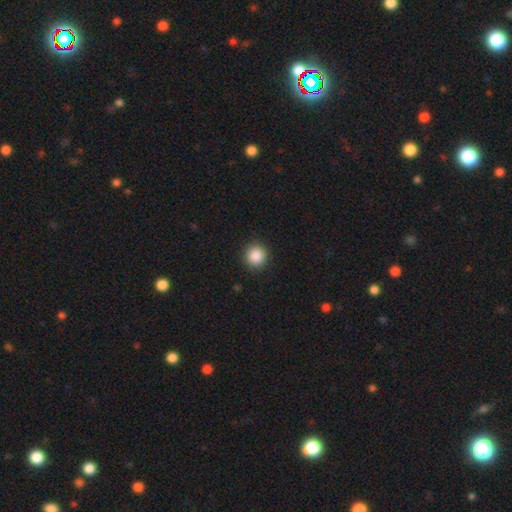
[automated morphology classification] Smooth or featured?
  - smooth: 87% *
  - star or artifact: 9%
  - featured or disk: 3%
How rounded?
  - round: 93% *
  - in between: 6%
  - cigar-shaped: 1%
Merging?
  - none: 91% *
  - minor disturbance: 6%
  - major disturbance: 2%
  - merger: 1%